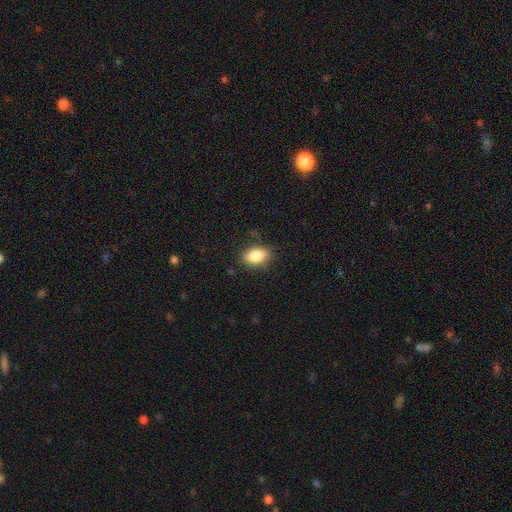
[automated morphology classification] smooth 85%, star or artifact 8%, featured or disk 7%. Down the decision tree: how rounded — in between (87%); merging — none (83%).